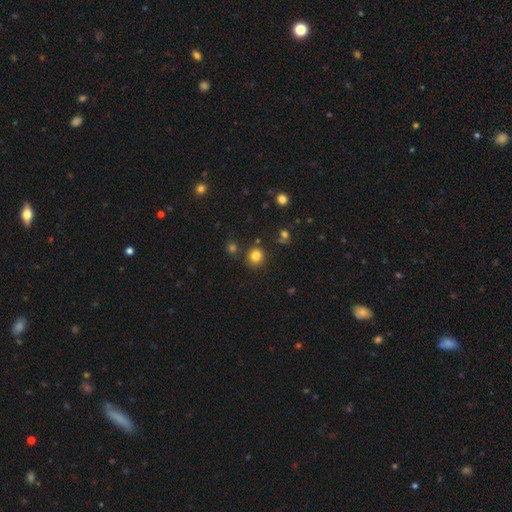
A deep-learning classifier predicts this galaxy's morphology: Smooth or featured: smooth — 82% (star or artifact — 13%)
How rounded: round — 87% (in between — 12%)
Merging: none — 84% (minor disturbance — 8%)